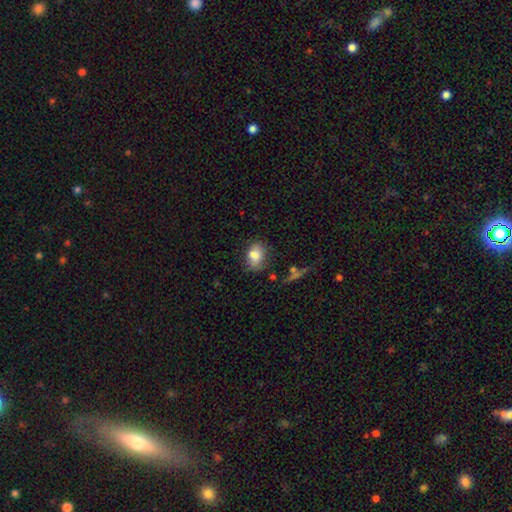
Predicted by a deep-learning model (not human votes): This is likely a smooth galaxy (78%). How rounded: likely in between (69%). Merging: likely none (63%).